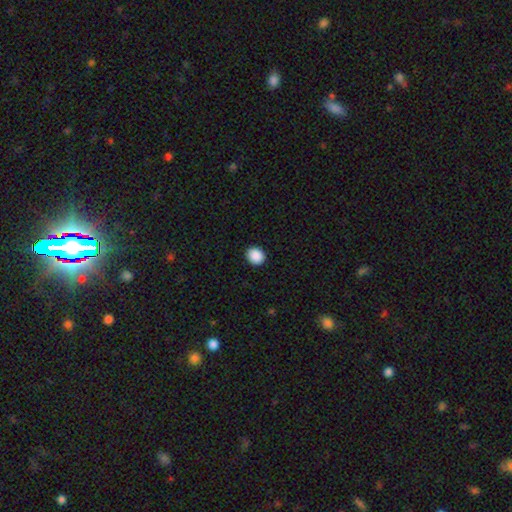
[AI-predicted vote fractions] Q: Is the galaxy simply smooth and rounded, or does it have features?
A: smooth — 89%.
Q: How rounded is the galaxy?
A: round — 76%.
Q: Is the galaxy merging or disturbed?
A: none — 92%.